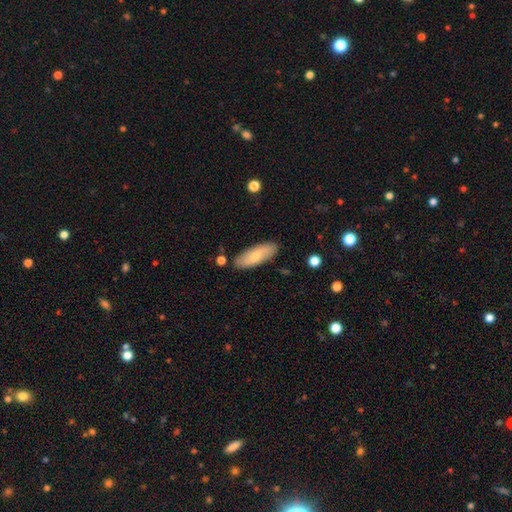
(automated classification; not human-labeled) This appears to be a smooth galaxy with no disk features (69%) that is in between round and cigar-shaped (71%). Merging: none (85%).